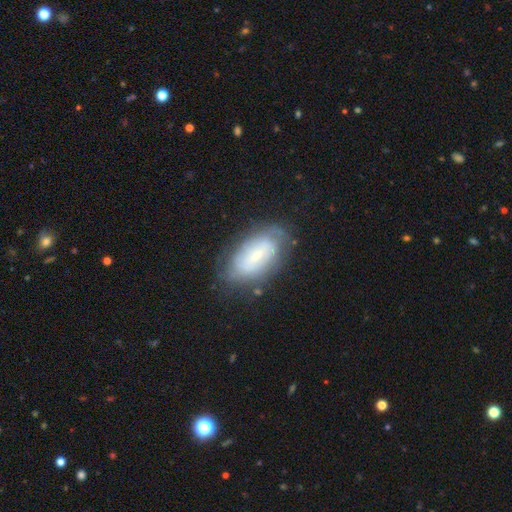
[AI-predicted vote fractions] Q: Smooth or featured?
A: featured or disk (54%); runner-up: smooth (38%)
Q: Edge-on disk?
A: no (92%); runner-up: yes (8%)
Q: Merging?
A: none (69%); runner-up: minor disturbance (21%)